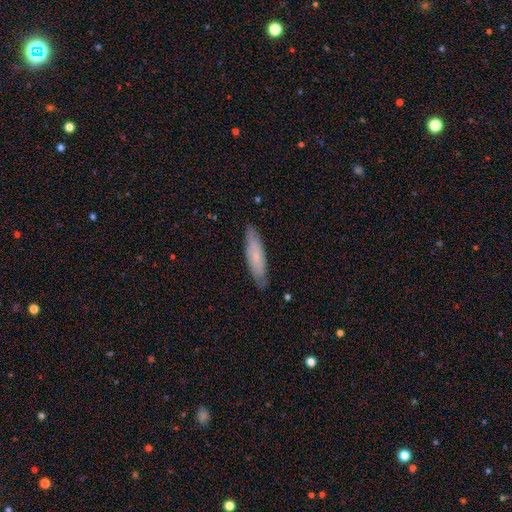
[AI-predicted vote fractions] Smooth or featured? smooth (62%)
How rounded? cigar-shaped (73%)
Merging? none (85%)